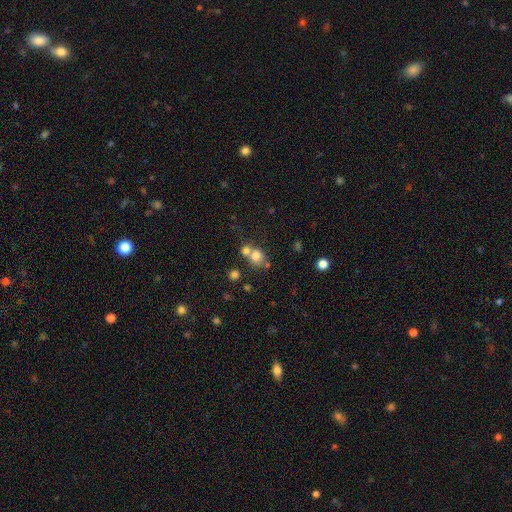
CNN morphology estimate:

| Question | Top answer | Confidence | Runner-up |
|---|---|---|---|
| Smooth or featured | smooth | 75% | star or artifact (14%) |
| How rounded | round | 72% | in between (27%) |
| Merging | merger | 44% | none (42%) |